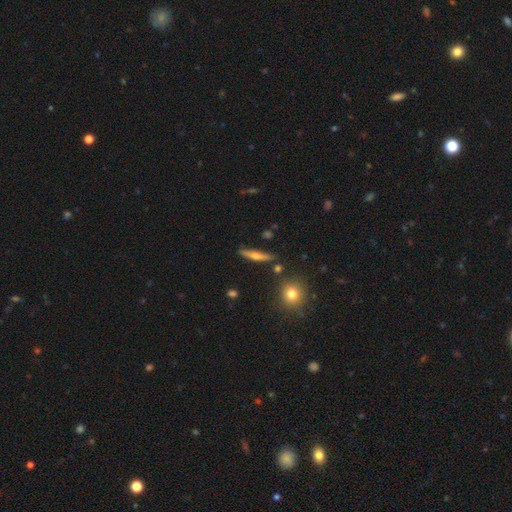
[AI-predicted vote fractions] The model was most divided on "smooth or featured": featured or disk: 58%, smooth: 33%, star or artifact: 9%. More confident: edge-on disk — yes (95%); edge-on bulge — rounded (88%); merging — none (85%).